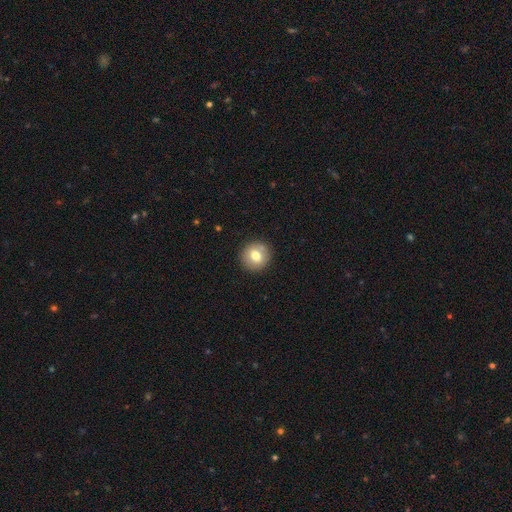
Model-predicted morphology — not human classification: This appears to be a smooth galaxy with no disk features (74%) that is round (92%). Merging: none (89%).